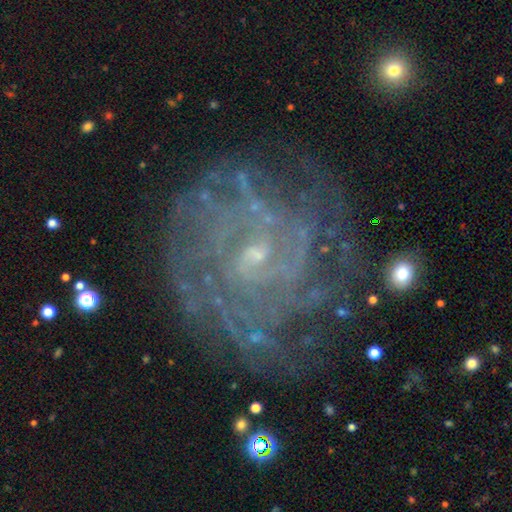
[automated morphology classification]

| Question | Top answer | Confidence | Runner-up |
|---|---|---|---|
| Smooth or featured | featured or disk | 84% | star or artifact (8%) |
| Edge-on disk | no | 98% | yes (2%) |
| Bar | no | 50% | weak (41%) |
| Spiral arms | yes | 91% | no (9%) |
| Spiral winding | tight | 68% | medium (25%) |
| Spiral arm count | can't tell | 41% | 4 (14%) |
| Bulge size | small | 77% | moderate (14%) |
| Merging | none | 71% | minor disturbance (17%) |